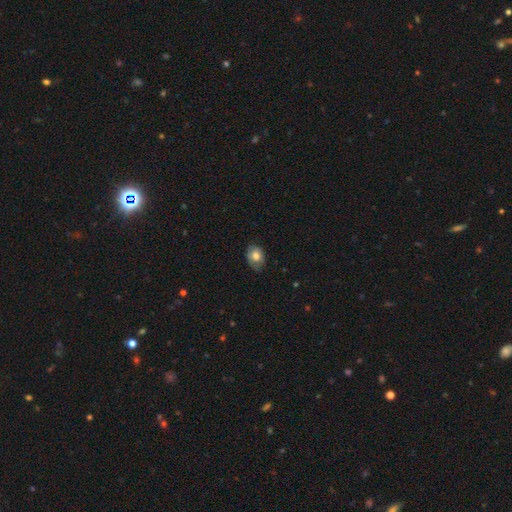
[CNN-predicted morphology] Smooth or featured?
  - smooth: 72% *
  - featured or disk: 20%
  - star or artifact: 8%
How rounded?
  - in between: 62% *
  - round: 37%
  - cigar-shaped: 1%
Merging?
  - none: 65% *
  - minor disturbance: 27%
  - major disturbance: 6%
  - merger: 1%